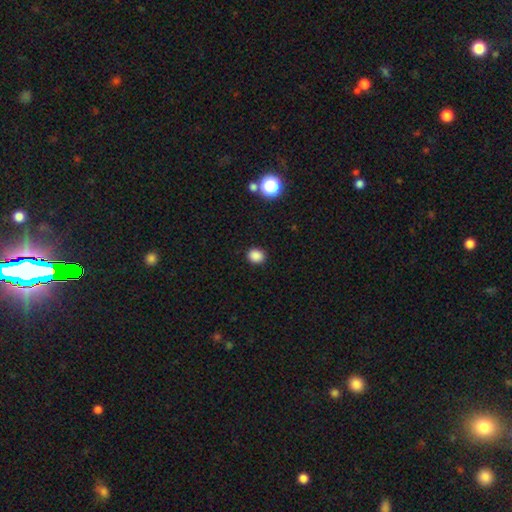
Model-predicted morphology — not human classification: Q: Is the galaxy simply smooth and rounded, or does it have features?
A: smooth — 86%.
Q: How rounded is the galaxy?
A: round — 67%.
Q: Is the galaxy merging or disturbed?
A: none — 89%.